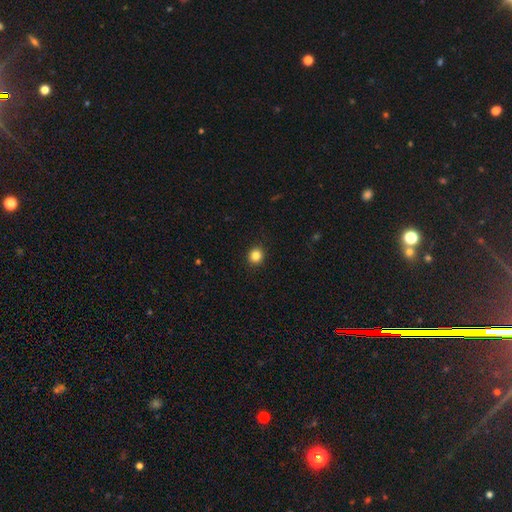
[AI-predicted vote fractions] Smooth or featured? Predicted: smooth (p=0.85). How rounded? Predicted: round (p=0.88). Merging? Predicted: none (p=0.92).